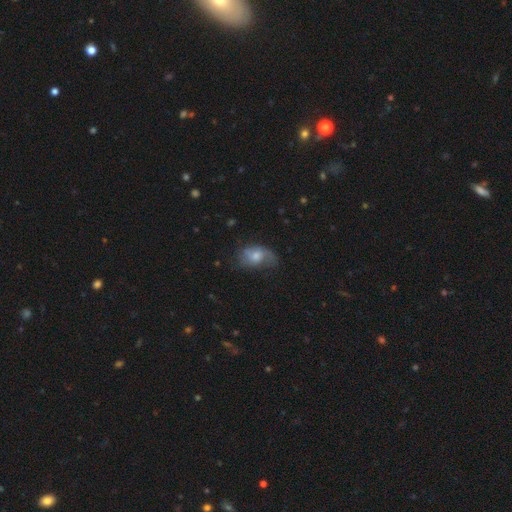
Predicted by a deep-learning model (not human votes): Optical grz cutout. It shows a smooth galaxy with no disk features (52%) that is in between round and cigar-shaped (82%). Merging: none (38%).